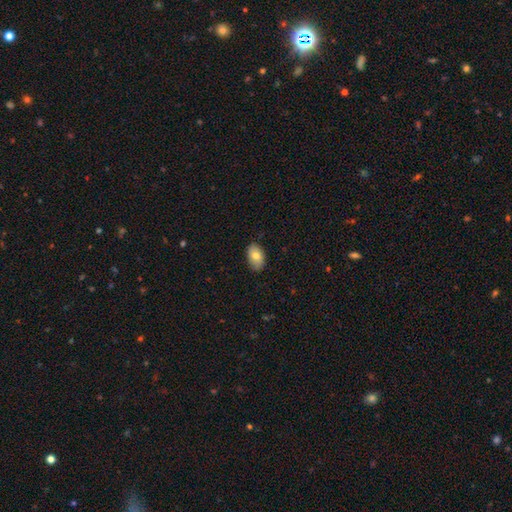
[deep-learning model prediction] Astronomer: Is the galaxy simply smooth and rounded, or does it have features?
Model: smooth — 78%.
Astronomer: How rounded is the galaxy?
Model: in between — 91%.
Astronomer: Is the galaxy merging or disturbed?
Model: none — 83%.